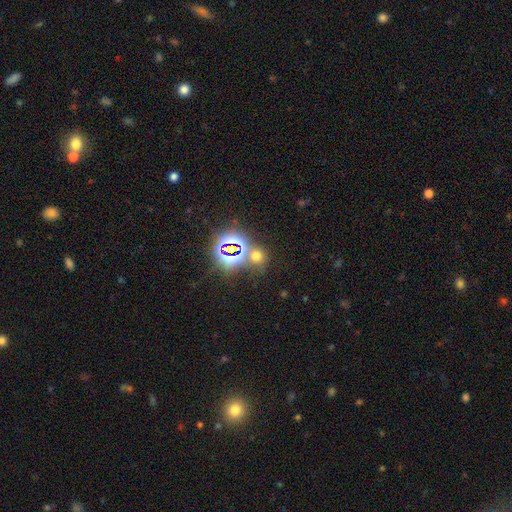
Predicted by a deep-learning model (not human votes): A smooth galaxy with no disk features (47%).

Vote fractions:
- Smooth or featured? smooth: 47% / star or artifact: 45% / featured or disk: 8%
- Merging? none: 66% / merger: 20% / minor disturbance: 9% / major disturbance: 5%